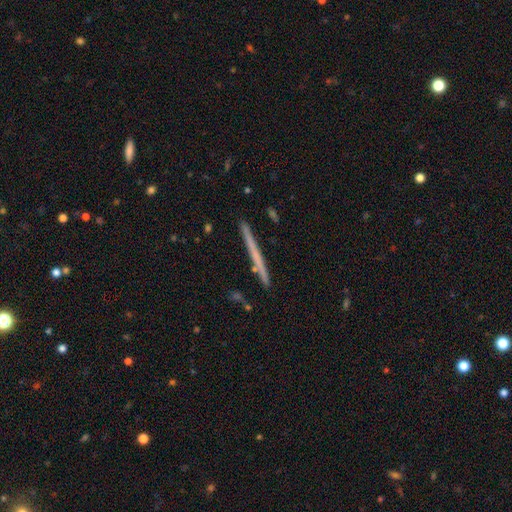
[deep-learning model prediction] Smooth or featured? Predicted: featured or disk (p=0.52). Edge-on disk? Predicted: yes (p=0.97). Edge-on bulge? Predicted: none (p=0.88). Merging? Predicted: none (p=0.90).